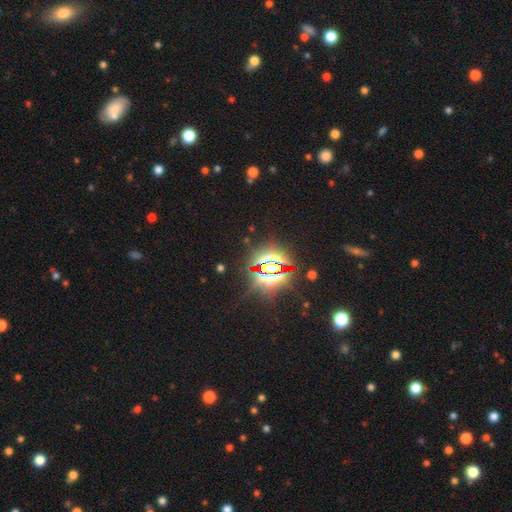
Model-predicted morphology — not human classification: type=star or artifact (84%).